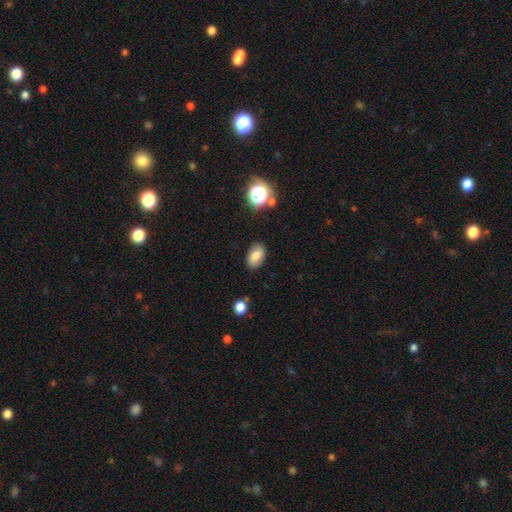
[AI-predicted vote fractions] A smooth galaxy with no disk features (79%) that is in between round and cigar-shaped (90%). Merging: none (84%).